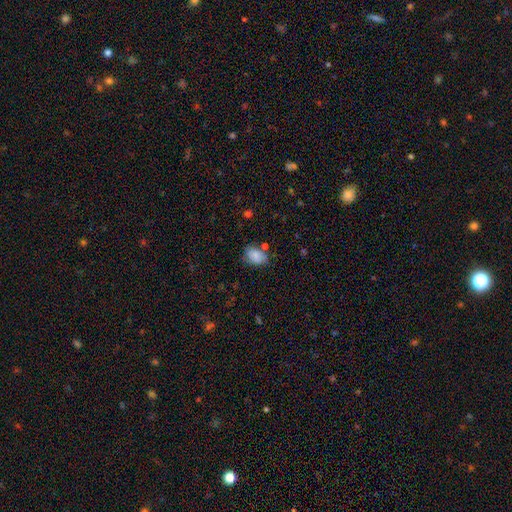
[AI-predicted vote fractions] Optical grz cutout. It shows a smooth galaxy with no disk features (79%) that is in between round and cigar-shaped (78%). Merging: none (64%).